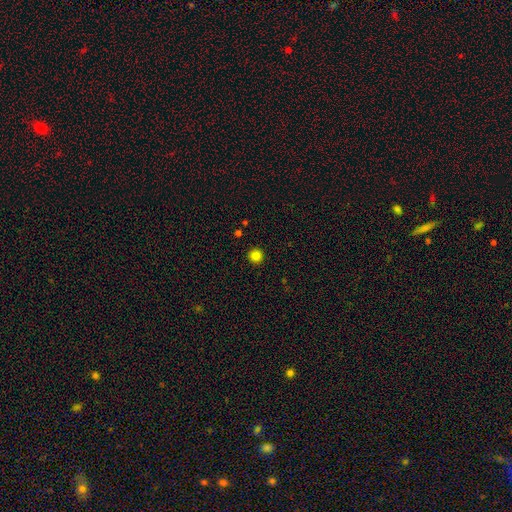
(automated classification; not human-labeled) smooth 83%, star or artifact 12%, featured or disk 4%. Down the decision tree: how rounded — round (96%); merging — none (93%).